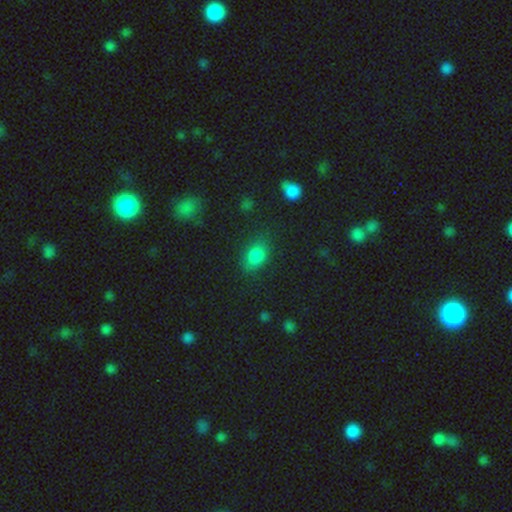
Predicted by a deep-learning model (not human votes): This is likely a smooth galaxy (80%). How rounded: likely in between (71%). Merging: likely none (75%).